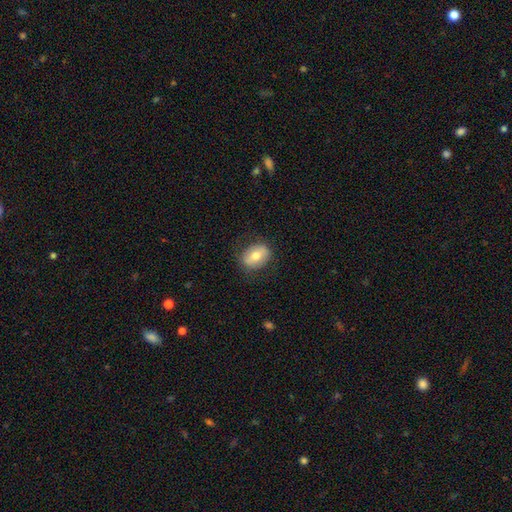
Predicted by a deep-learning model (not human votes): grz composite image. It shows a smooth galaxy with no disk features (68%) that is in between round and cigar-shaped (68%). Merging: none (82%).